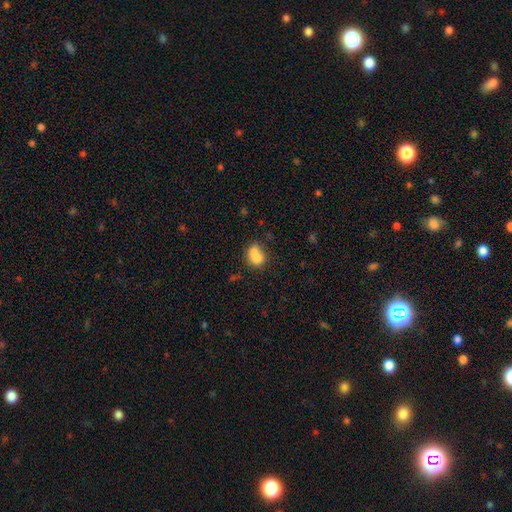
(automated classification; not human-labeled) Q: Smooth or featured?
A: smooth (70%); runner-up: featured or disk (19%)
Q: How rounded?
A: round (59%); runner-up: in between (40%)
Q: Merging?
A: merger (62%); runner-up: none (26%)